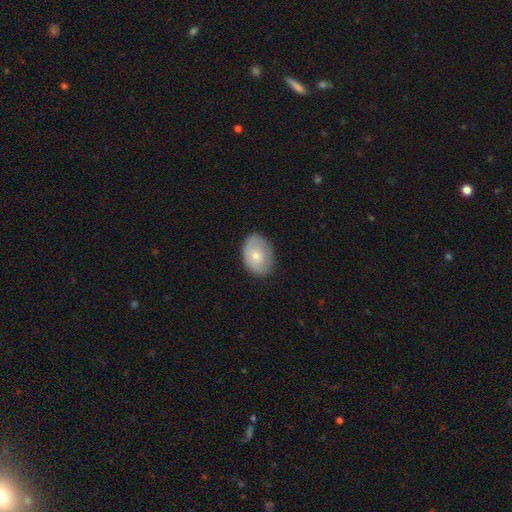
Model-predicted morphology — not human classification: Overall: smooth (68%). How rounded: in between (75%). Merging: none (79%).